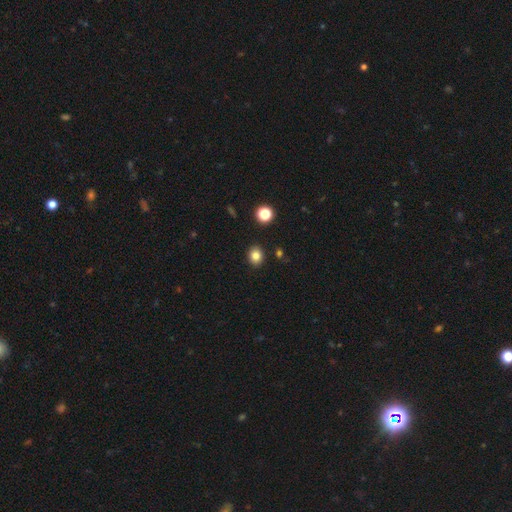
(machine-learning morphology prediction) Smooth or featured? Predicted: smooth (p=0.82). How rounded? Predicted: round (p=0.66). Merging? Predicted: none (p=0.89).